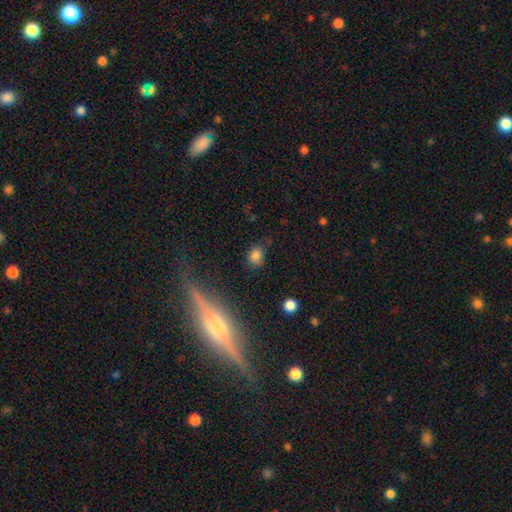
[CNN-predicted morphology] smooth-or-featured: smooth: 77% | star or artifact: 16% | featured or disk: 7%
  how-rounded: in between: 52% | round: 45% | cigar-shaped: 3%
  merging: none: 68% | minor disturbance: 21% | major disturbance: 7% | merger: 4%